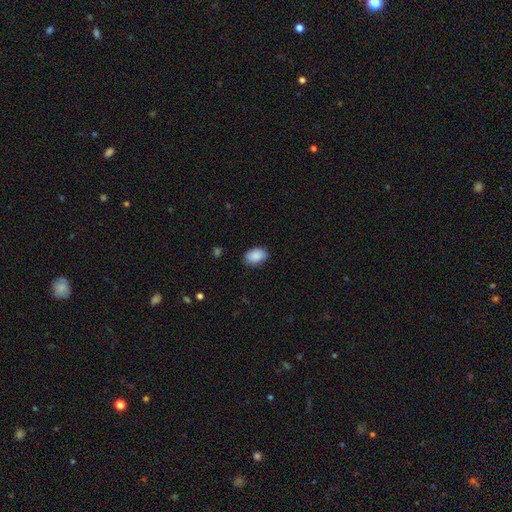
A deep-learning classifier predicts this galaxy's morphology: smooth-or-featured: smooth: 89% | star or artifact: 7% | featured or disk: 4%
  how-rounded: in between: 88% | round: 11% | cigar-shaped: 1%
  merging: none: 85% | minor disturbance: 12% | major disturbance: 2% | merger: 1%